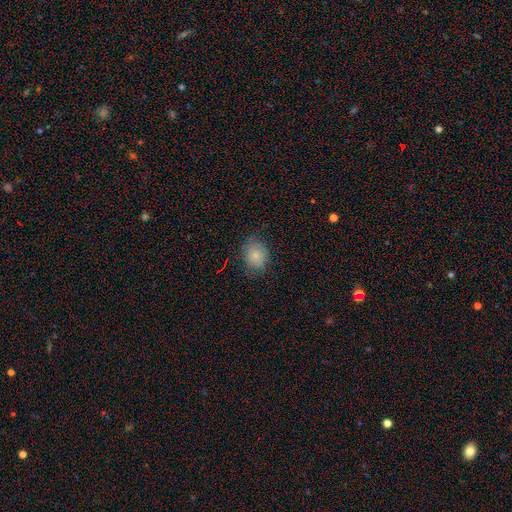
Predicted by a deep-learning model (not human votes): smooth 80%, featured or disk 10%, star or artifact 10%. Down the decision tree: how rounded — round (53%); merging — none (72%).